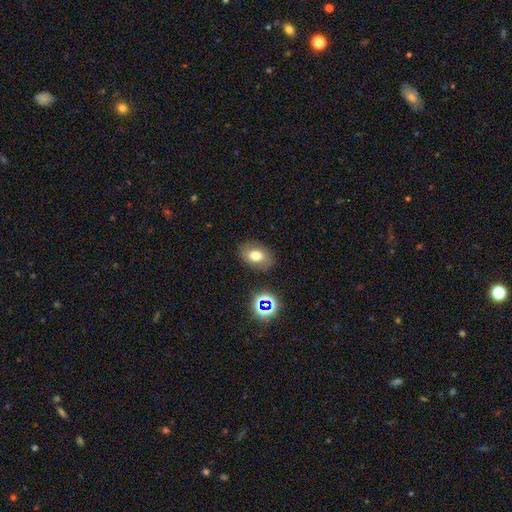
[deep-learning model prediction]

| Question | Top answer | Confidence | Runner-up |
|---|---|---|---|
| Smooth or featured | smooth | 67% | featured or disk (18%) |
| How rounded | in between | 77% | round (22%) |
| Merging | none | 82% | minor disturbance (12%) |